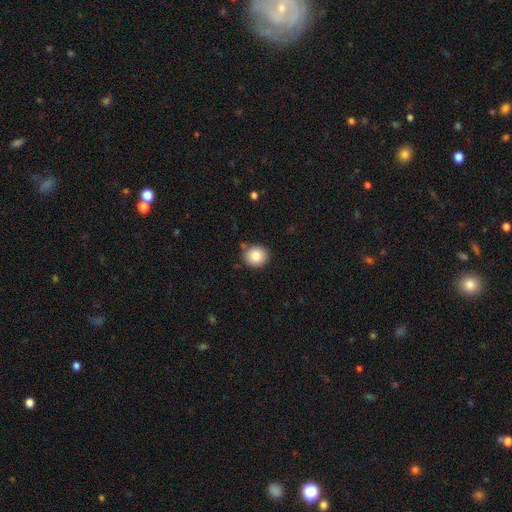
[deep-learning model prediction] smooth 83%, star or artifact 9%, featured or disk 8%. Down the decision tree: how rounded — round (88%); merging — none (85%).